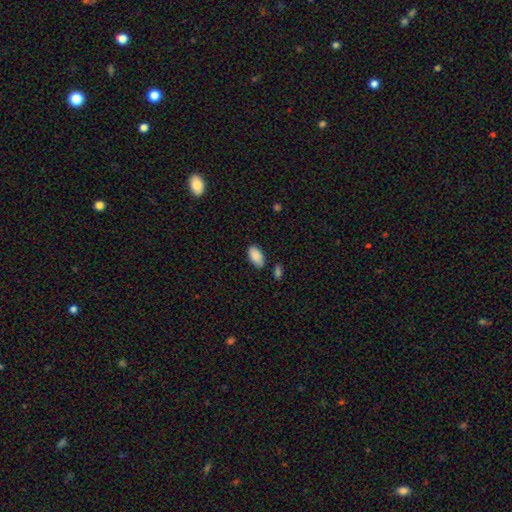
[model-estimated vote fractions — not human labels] smooth_or_featured: smooth (p=0.88) [alt: star or artifact p=0.07]
how_rounded: in between (p=0.94) [alt: round p=0.03]
merging: none (p=0.79) [alt: minor disturbance p=0.14]